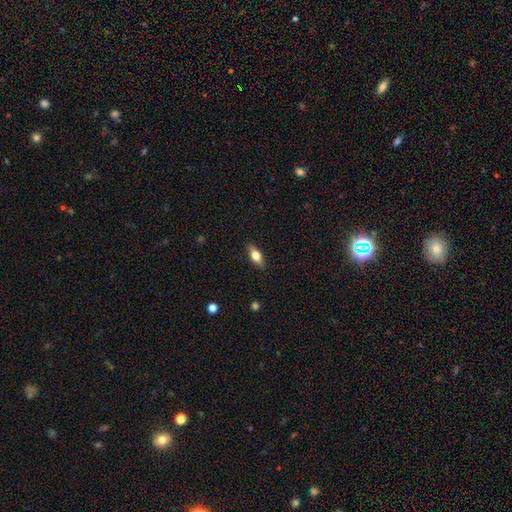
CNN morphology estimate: Smooth or featured? Predicted: smooth (p=0.65). How rounded? Predicted: in between (p=0.77). Merging? Predicted: none (p=0.87).